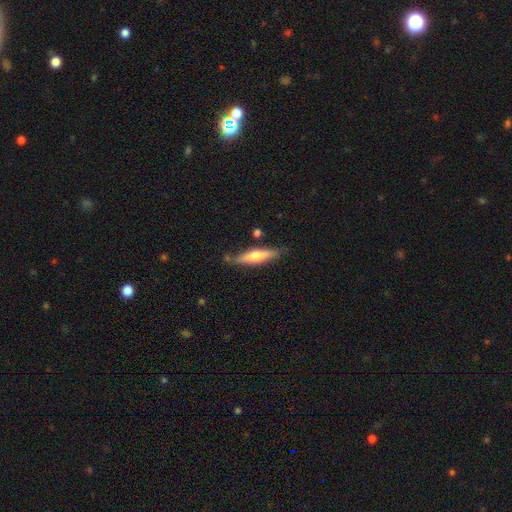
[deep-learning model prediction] Smooth or featured? featured or disk (50%)
Merging? none (75%)